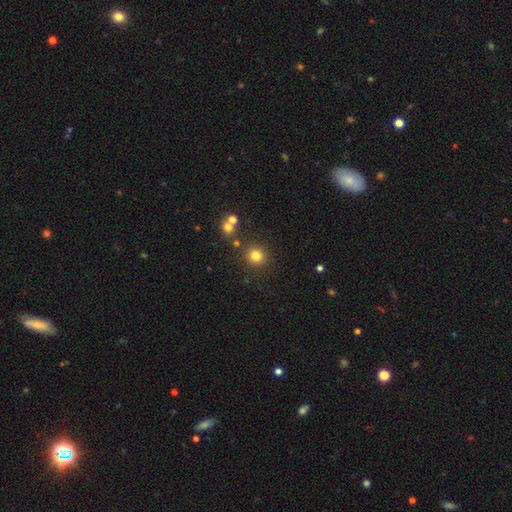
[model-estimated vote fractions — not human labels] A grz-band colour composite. It shows a smooth galaxy with no disk features (79%) that is round (92%). Merging: none (86%).